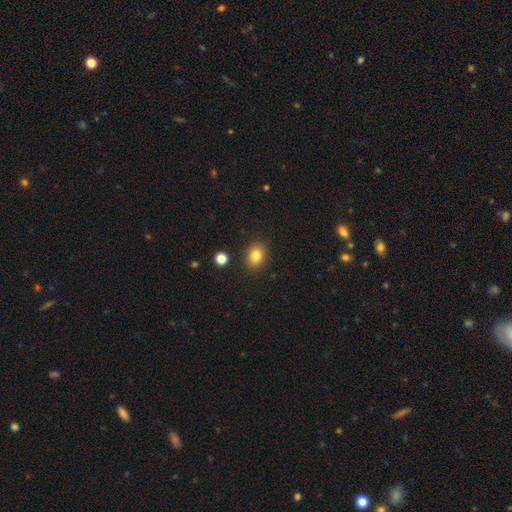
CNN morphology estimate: Overall: smooth (83%). How rounded: in between (53%; round 47%). Merging: none (87%).